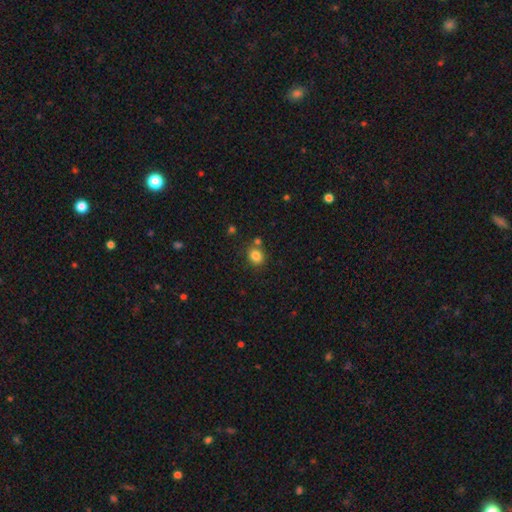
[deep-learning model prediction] Q: Smooth or featured?
A: smooth (83%); runner-up: star or artifact (11%)
Q: How rounded?
A: round (66%); runner-up: in between (33%)
Q: Merging?
A: none (72%); runner-up: merger (13%)